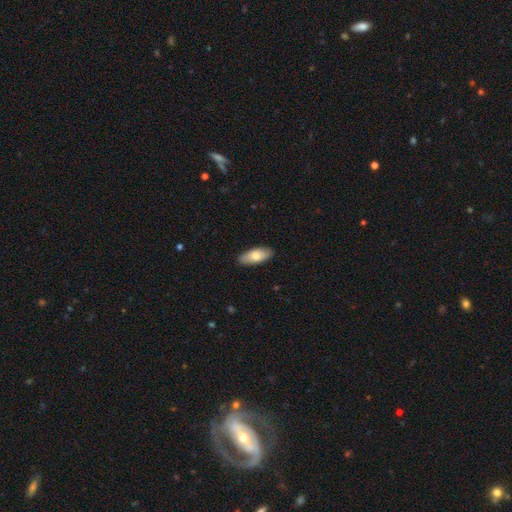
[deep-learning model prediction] smooth_or_featured: smooth (p=0.74) [alt: featured or disk p=0.20]
how_rounded: in between (p=0.86) [alt: cigar-shaped p=0.11]
merging: none (p=0.88) [alt: minor disturbance p=0.09]